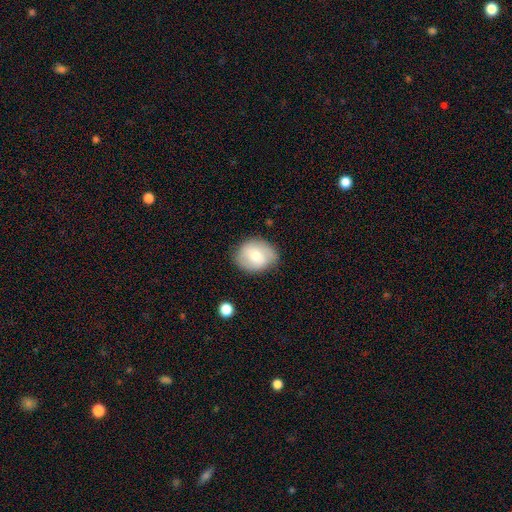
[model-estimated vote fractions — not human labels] Overall: smooth (58%; featured or disk 35%). How rounded: round (58%; in between 41%). Merging: none (76%).